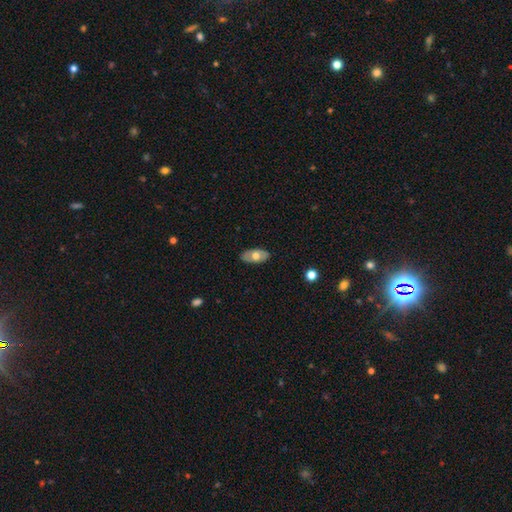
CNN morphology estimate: This is possibly a smooth galaxy (55%). How rounded: clearly in between (93%). Merging: clearly none (85%).